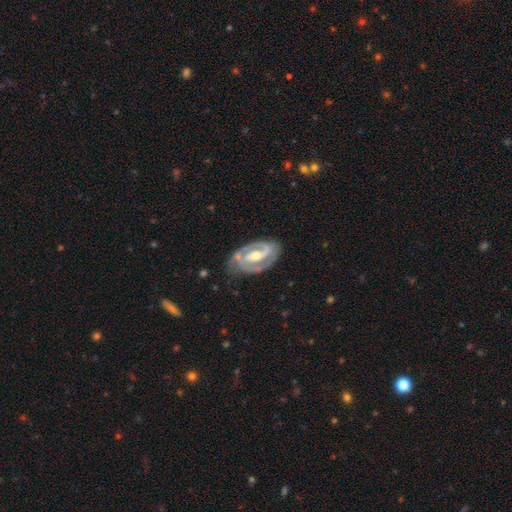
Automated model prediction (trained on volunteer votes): Overall: featured or disk (89%). Edge-on disk: no (96%). Bar: strong (44%; weak 35%). Spiral arms: yes (95%). Spiral arm count: 2 (89%). Spiral winding: tight (48%; medium 43%). Bulge size: moderate (64%; small 31%). Merging: none (76%).